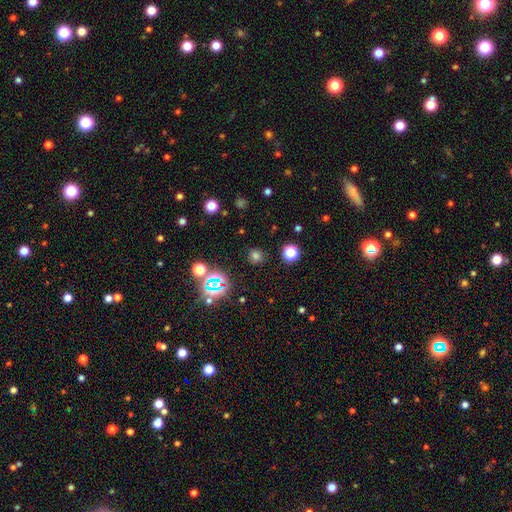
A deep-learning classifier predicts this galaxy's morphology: smooth 65%, star or artifact 29%, featured or disk 7%. Down the decision tree: how rounded — round (86%); merging — none (87%).